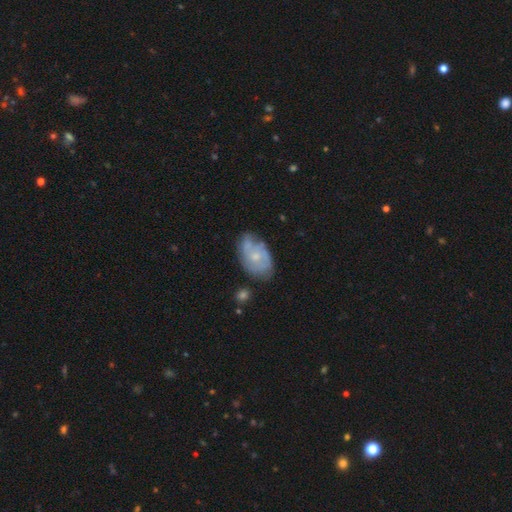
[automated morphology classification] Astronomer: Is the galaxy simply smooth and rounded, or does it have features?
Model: featured or disk — 63%.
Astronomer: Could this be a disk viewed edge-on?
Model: no — 96%.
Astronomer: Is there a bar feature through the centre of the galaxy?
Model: no — 77%.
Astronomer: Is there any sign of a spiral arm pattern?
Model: yes — 69%.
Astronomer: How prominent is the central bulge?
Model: small — 61%.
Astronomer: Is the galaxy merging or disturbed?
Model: none — 55%.